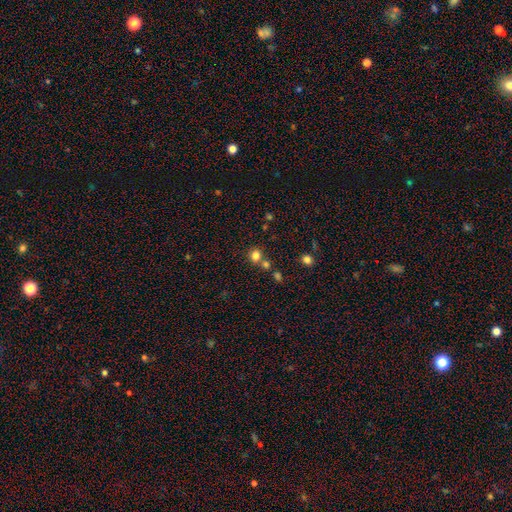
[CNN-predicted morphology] Smooth or featured? Predicted: smooth (p=0.80). How rounded? Predicted: round (p=0.82). Merging? Predicted: none (p=0.63).